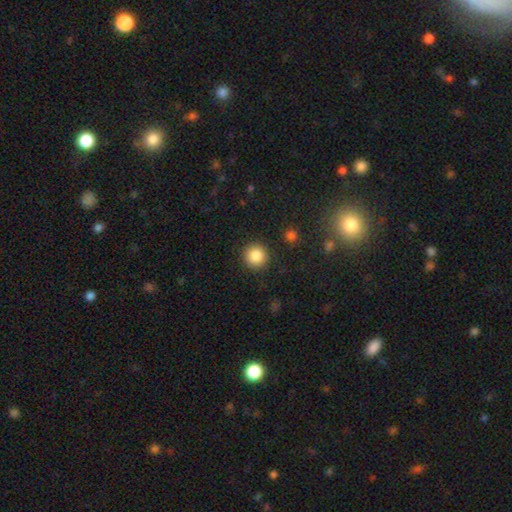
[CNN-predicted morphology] smooth_or_featured: smooth (p=0.86) [alt: star or artifact p=0.10]
how_rounded: round (p=0.94) [alt: in between p=0.05]
merging: none (p=0.91) [alt: minor disturbance p=0.06]